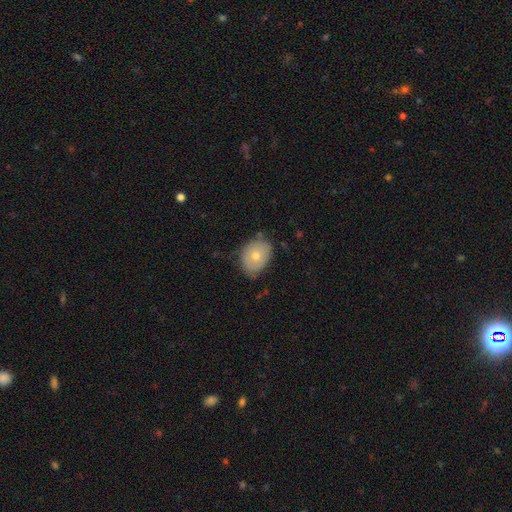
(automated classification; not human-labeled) The model was most divided on "how rounded": in between: 64%, round: 35%, cigar-shaped: 1%. More confident: smooth or featured — smooth (69%); merging — none (67%).